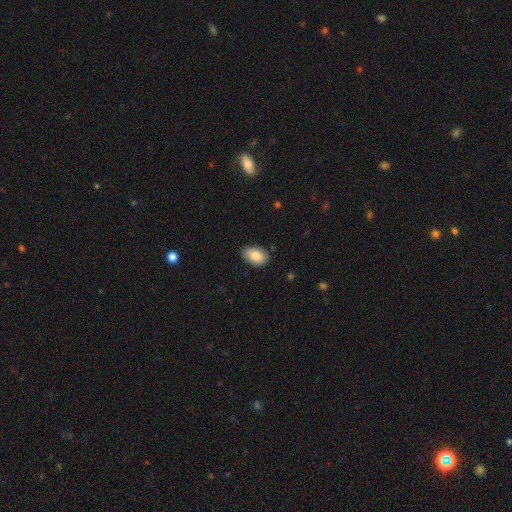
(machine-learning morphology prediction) This is clearly a smooth galaxy (85%). How rounded: clearly in between (91%). Merging: clearly none (84%).